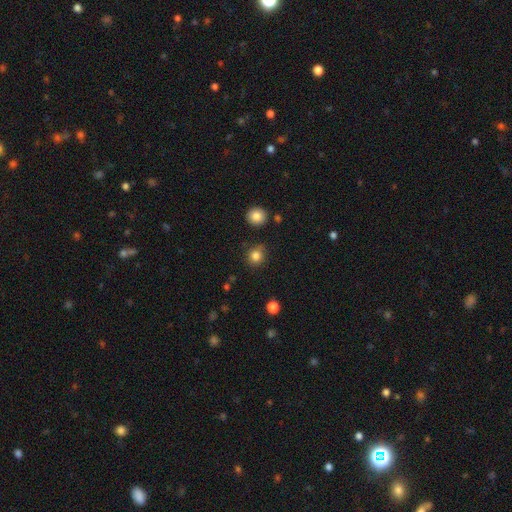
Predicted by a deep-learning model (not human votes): A smooth galaxy with no disk features (84%) that is round (88%).

Vote fractions:
- Smooth or featured? smooth: 84% / star or artifact: 12% / featured or disk: 5%
- How rounded? round: 88% / in between: 11% / cigar-shaped: 1%
- Merging? none: 85% / minor disturbance: 9% / major disturbance: 3% / merger: 2%